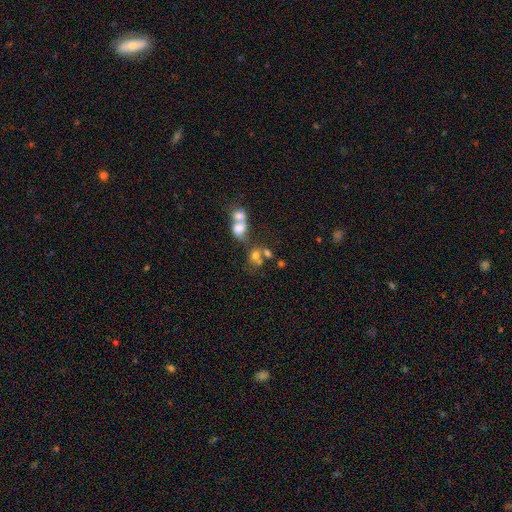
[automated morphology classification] Smooth or featured: smooth — 64% (featured or disk — 21%)
How rounded: round — 60% (in between — 38%)
Merging: merger — 57% (none — 26%)